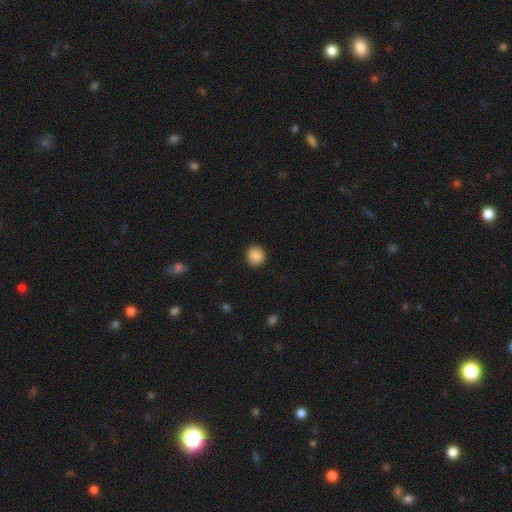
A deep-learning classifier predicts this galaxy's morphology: A smooth galaxy with no disk features (88%) that is round (88%).

Vote fractions:
- Smooth or featured? smooth: 88% / star or artifact: 9% / featured or disk: 3%
- How rounded? round: 88% / in between: 12% / cigar-shaped: 1%
- Merging? none: 89% / minor disturbance: 8% / major disturbance: 2% / merger: 1%